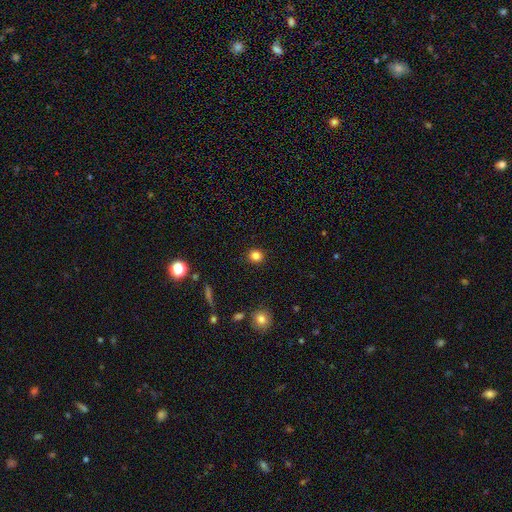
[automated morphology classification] Smooth or featured: smooth — 82% (star or artifact — 13%)
How rounded: round — 89% (in between — 10%)
Merging: none — 91% (minor disturbance — 6%)